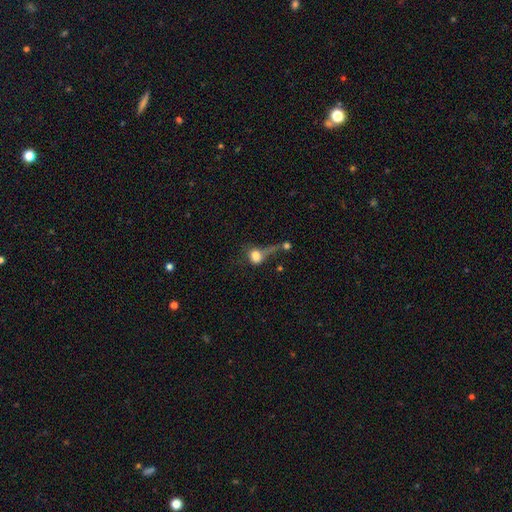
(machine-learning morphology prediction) A smooth galaxy with no disk features (69%) that is in between round and cigar-shaped (50%).

Vote fractions:
- Smooth or featured? smooth: 69% / featured or disk: 19% / star or artifact: 12%
- How rounded? in between: 50% / round: 45% / cigar-shaped: 5%
- Merging? major disturbance: 39% / merger: 25% / none: 21% / minor disturbance: 15%